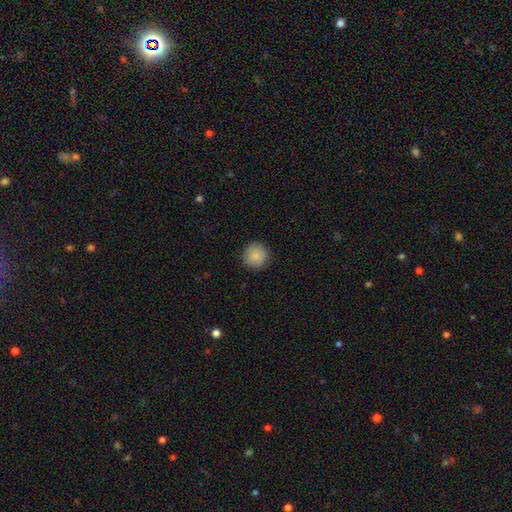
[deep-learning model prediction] A smooth galaxy with no disk features (88%) that is round (95%).

Vote fractions:
- Smooth or featured? smooth: 88% / star or artifact: 7% / featured or disk: 5%
- How rounded? round: 95% / in between: 4% / cigar-shaped: 1%
- Merging? none: 90% / minor disturbance: 7% / major disturbance: 2% / merger: 1%